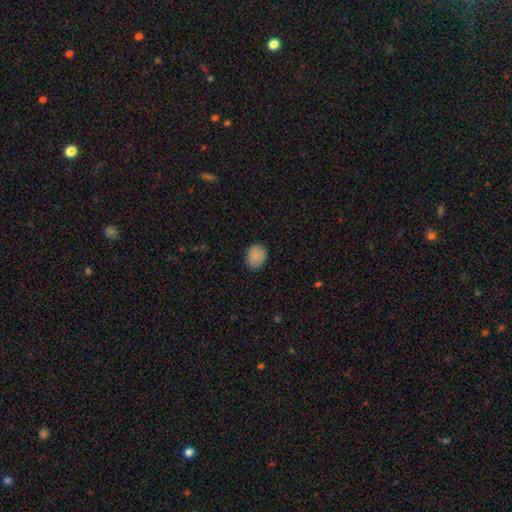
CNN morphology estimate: smooth-or-featured: smooth: 85% | star or artifact: 8% | featured or disk: 6%
  how-rounded: in between: 50% | round: 49% | cigar-shaped: 1%
  merging: none: 83% | minor disturbance: 14% | major disturbance: 3% | merger: 1%